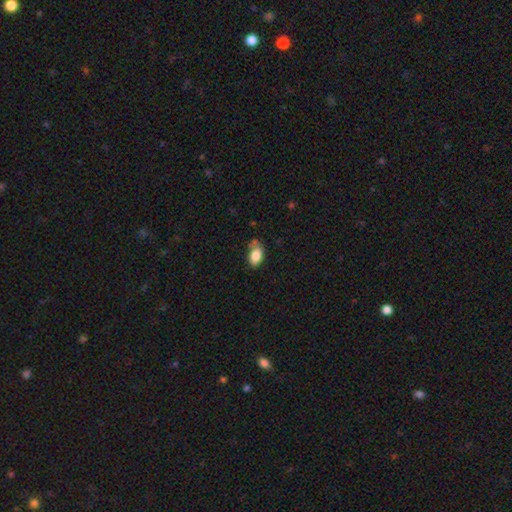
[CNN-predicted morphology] A smooth galaxy with no disk features (84%) that is in between round and cigar-shaped (91%).

Vote fractions:
- Smooth or featured? smooth: 84% / featured or disk: 8% / star or artifact: 8%
- How rounded? in between: 91% / round: 8% / cigar-shaped: 2%
- Merging? none: 54% / minor disturbance: 30% / major disturbance: 8% / merger: 8%